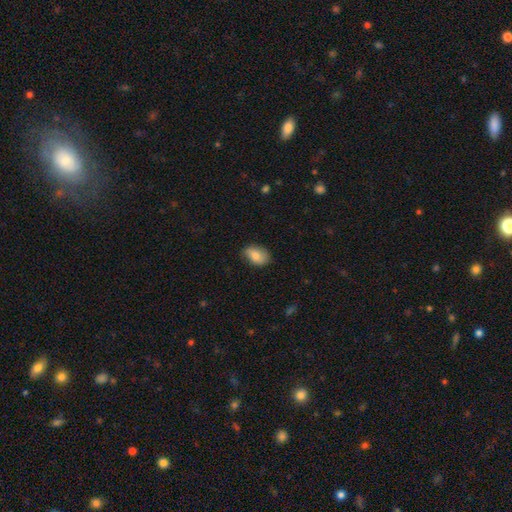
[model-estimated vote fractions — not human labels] A smooth galaxy with no disk features (80%) that is in between round and cigar-shaped (86%).

Vote fractions:
- Smooth or featured? smooth: 80% / featured or disk: 13% / star or artifact: 7%
- How rounded? in between: 86% / round: 12% / cigar-shaped: 2%
- Merging? none: 74% / minor disturbance: 21% / major disturbance: 4% / merger: 1%